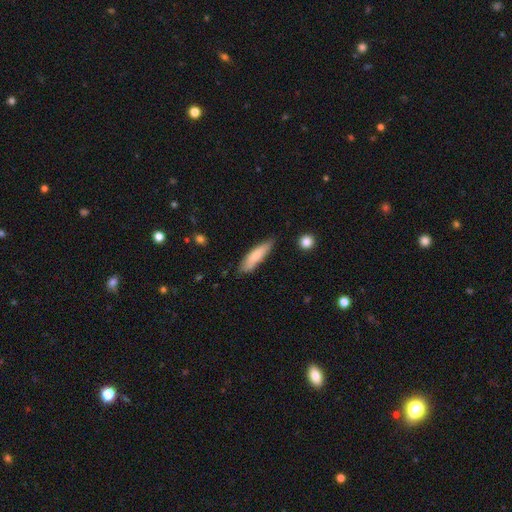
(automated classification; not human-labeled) This appears to be a smooth galaxy with no disk features (78%) that is cigar-shaped (70%). Merging: none (74%).